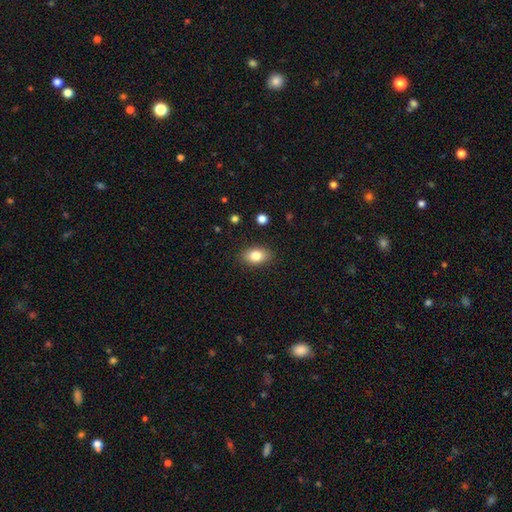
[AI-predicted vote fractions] Q: Smooth or featured?
A: smooth (83%); runner-up: featured or disk (9%)
Q: How rounded?
A: in between (87%); runner-up: round (12%)
Q: Merging?
A: none (87%); runner-up: minor disturbance (9%)